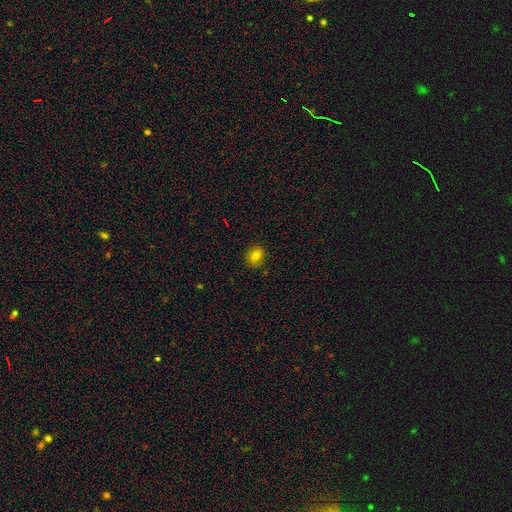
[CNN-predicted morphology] Smooth or featured?
  - smooth: 80% *
  - star or artifact: 12%
  - featured or disk: 8%
How rounded?
  - round: 64% *
  - in between: 35%
  - cigar-shaped: 1%
Merging?
  - none: 87% *
  - minor disturbance: 10%
  - major disturbance: 2%
  - merger: 1%